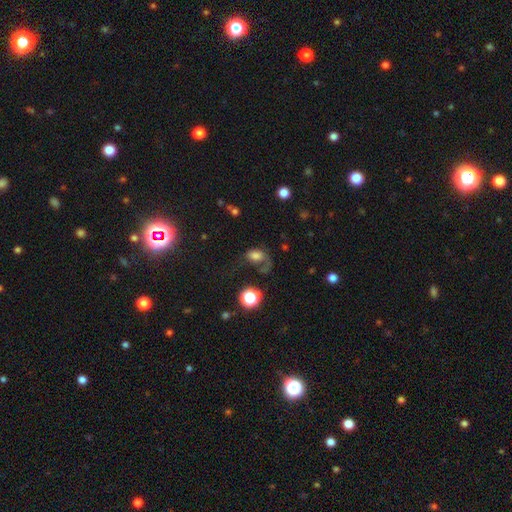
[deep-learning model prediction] smooth 59%, featured or disk 26%, star or artifact 15%. Down the decision tree: how rounded — in between (71%); merging — major disturbance (48%).